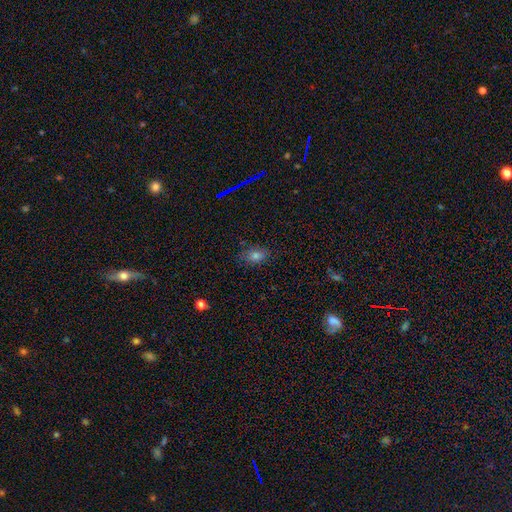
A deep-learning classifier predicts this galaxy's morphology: smooth 66%, star or artifact 22%, featured or disk 11%. Down the decision tree: how rounded — in between (74%); merging — none (80%).